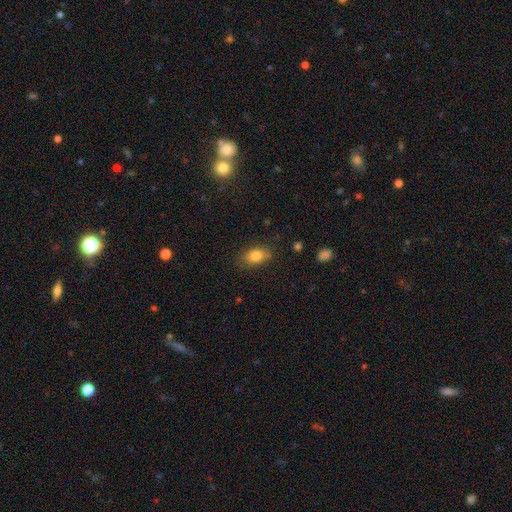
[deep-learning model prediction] This appears to be a smooth galaxy with no disk features (83%) that is in between round and cigar-shaped (85%). Merging: none (77%).